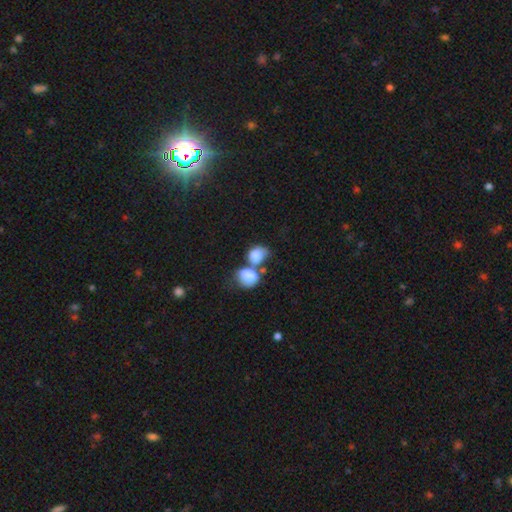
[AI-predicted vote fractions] Smooth or featured: smooth — 78% (featured or disk — 15%)
How rounded: in between — 67% (round — 32%)
Merging: merger — 66% (none — 17%)